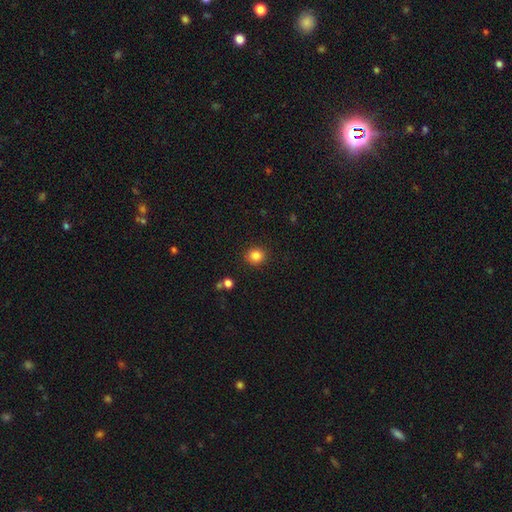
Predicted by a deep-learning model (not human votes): This is clearly a smooth galaxy (85%). How rounded: clearly round (85%). Merging: clearly none (89%).